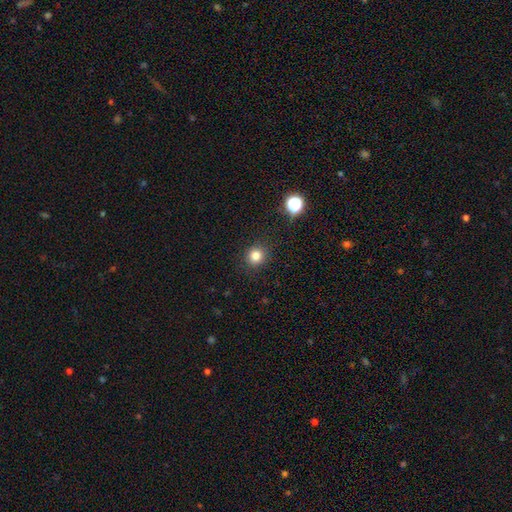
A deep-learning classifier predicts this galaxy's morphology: A smooth galaxy with no disk features (82%) that is round (88%).

Vote fractions:
- Smooth or featured? smooth: 82% / star or artifact: 13% / featured or disk: 5%
- How rounded? round: 88% / in between: 12% / cigar-shaped: 1%
- Merging? none: 90% / minor disturbance: 6% / major disturbance: 2% / merger: 1%